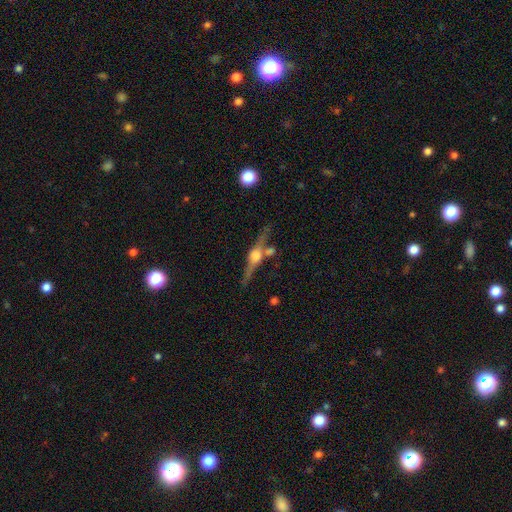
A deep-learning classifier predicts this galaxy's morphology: This appears to be a featured or disk galaxy (83%) viewed edge-on (96%) with a rounded central bulge (93%). Merging: none (70%).